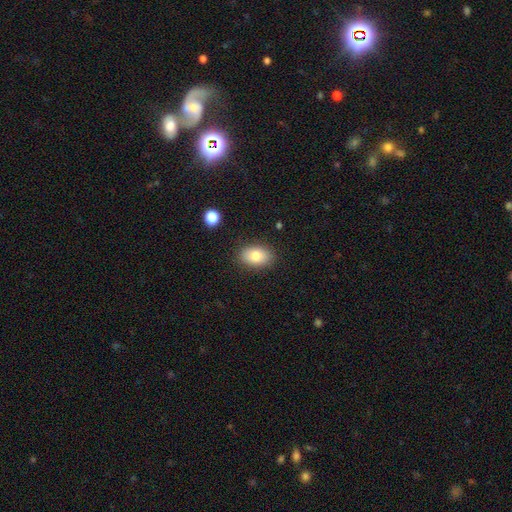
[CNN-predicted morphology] This is likely a smooth galaxy (80%). How rounded: clearly in between (87%). Merging: clearly none (86%).